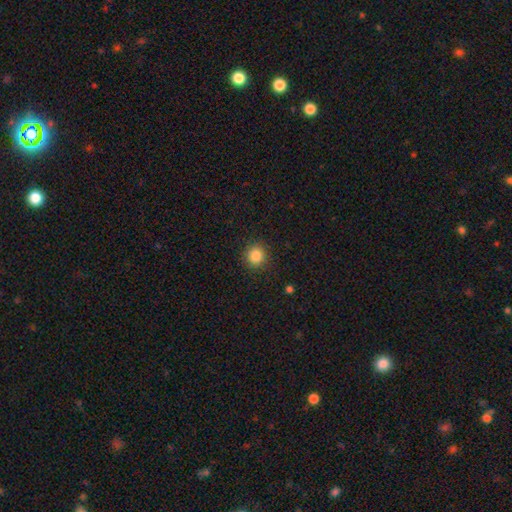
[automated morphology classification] Smooth or featured? smooth (85%)
How rounded? round (91%)
Merging? none (90%)